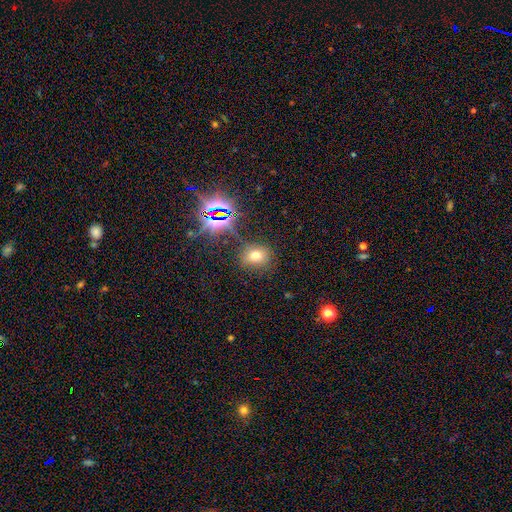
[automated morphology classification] Overall: smooth (62%; star or artifact 27%). How rounded: round (62%; in between 37%). Merging: none (79%).